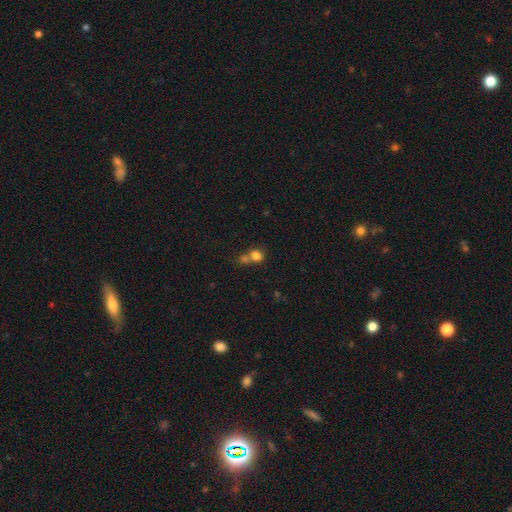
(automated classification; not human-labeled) smooth_or_featured: smooth (p=0.78) [alt: star or artifact p=0.12]
how_rounded: round (p=0.56) [alt: in between p=0.42]
merging: merger (p=0.52) [alt: none p=0.35]